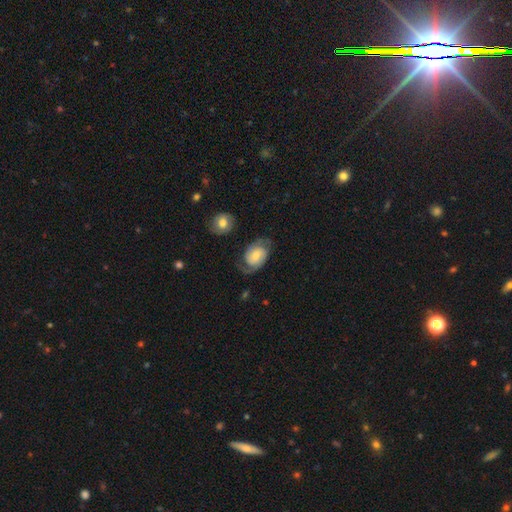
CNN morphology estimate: Smooth or featured?
  - featured or disk: 70% *
  - smooth: 24%
  - star or artifact: 7%
Edge-on disk?
  - no: 97% *
  - yes: 3%
Bar?
  - no: 54% *
  - weak: 37%
  - strong: 9%
Spiral arms?
  - yes: 93% *
  - no: 7%
Spiral winding?
  - medium: 47% *
  - tight: 32%
  - loose: 22%
Spiral arm count?
  - 2: 86% *
  - can't tell: 7%
  - 1: 4%
  - 3: 2%
  - 4: 1%
  - more than 4: 1%
Bulge size?
  - small: 43% *
  - moderate: 38%
  - large: 10%
  - none: 7%
  - dominant: 3%
Merging?
  - none: 65% *
  - minor disturbance: 20%
  - major disturbance: 12%
  - merger: 3%